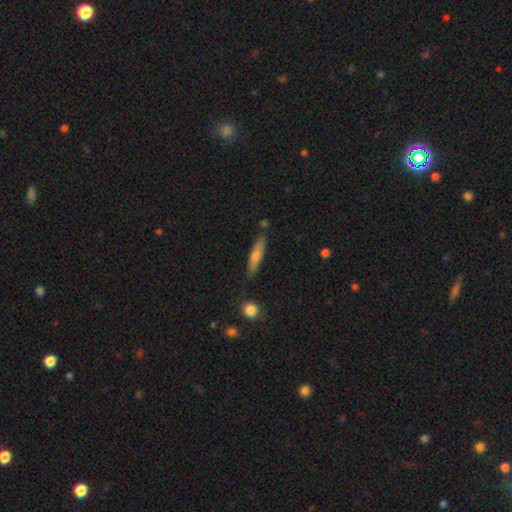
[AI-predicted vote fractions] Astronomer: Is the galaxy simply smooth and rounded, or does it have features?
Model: smooth — 48% (runner-up: featured or disk, 43%).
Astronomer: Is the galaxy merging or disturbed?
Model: none — 85%.